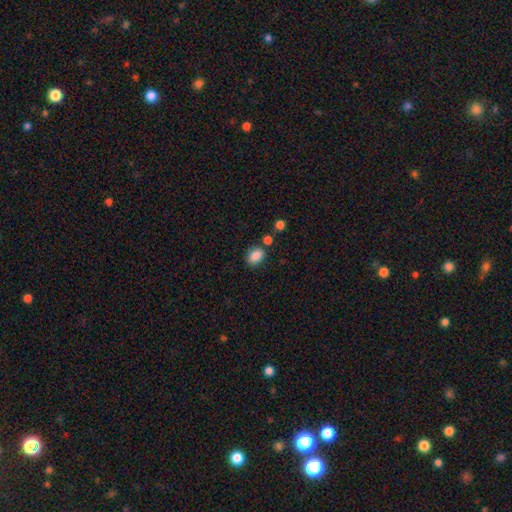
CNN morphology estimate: Smooth or featured? Predicted: smooth (p=0.87). How rounded? Predicted: in between (p=0.73). Merging? Predicted: none (p=0.72).